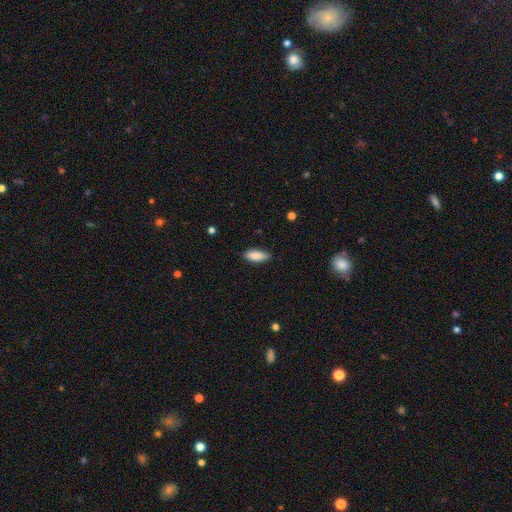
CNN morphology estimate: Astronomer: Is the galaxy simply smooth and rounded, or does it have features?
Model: smooth — 86%.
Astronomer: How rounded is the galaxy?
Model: in between — 75%.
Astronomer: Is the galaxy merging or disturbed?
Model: none — 82%.